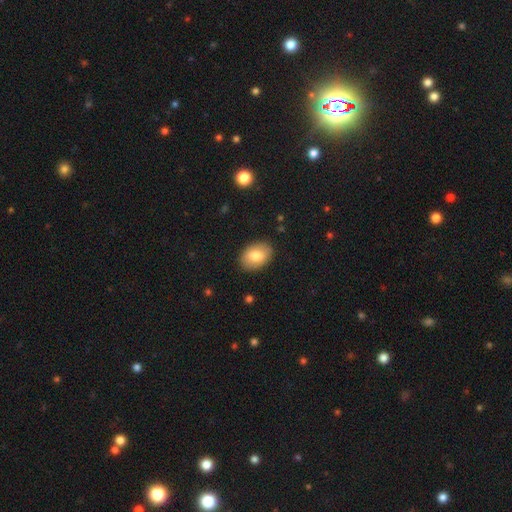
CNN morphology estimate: Q: Smooth or featured?
A: smooth (80%); runner-up: featured or disk (13%)
Q: How rounded?
A: in between (83%); runner-up: round (16%)
Q: Merging?
A: none (87%); runner-up: minor disturbance (10%)